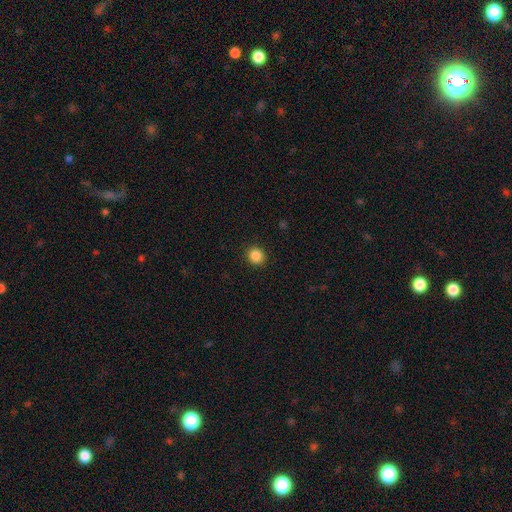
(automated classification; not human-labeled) Smooth or featured? Predicted: smooth (p=0.87). How rounded? Predicted: round (p=0.86). Merging? Predicted: none (p=0.92).